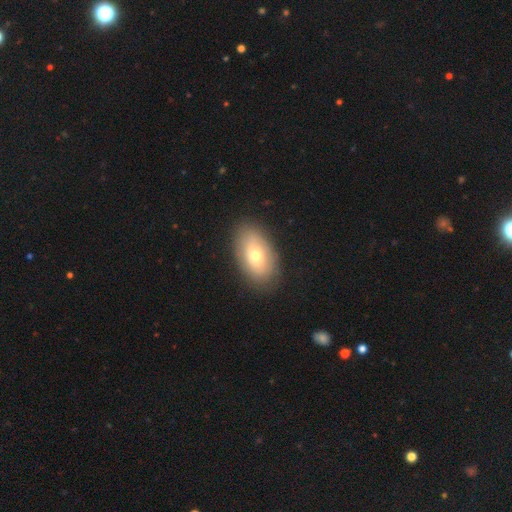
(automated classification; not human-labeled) smooth-or-featured: smooth: 67% | featured or disk: 25% | star or artifact: 8%
  how-rounded: in between: 91% | round: 7% | cigar-shaped: 2%
  merging: none: 85% | minor disturbance: 11% | major disturbance: 3% | merger: 1%